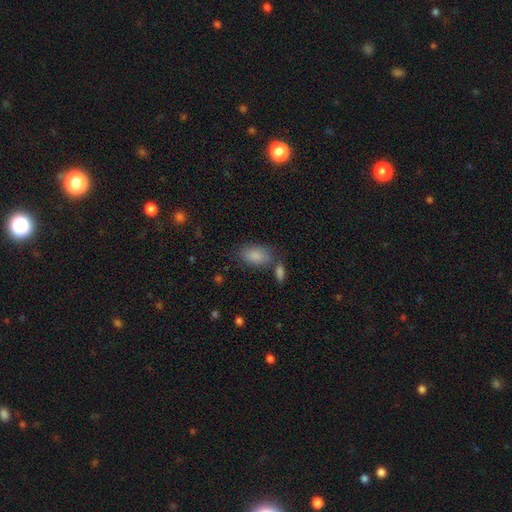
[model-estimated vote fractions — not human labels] smooth 87%, star or artifact 7%, featured or disk 6%. Down the decision tree: how rounded — in between (92%); merging — none (66%).